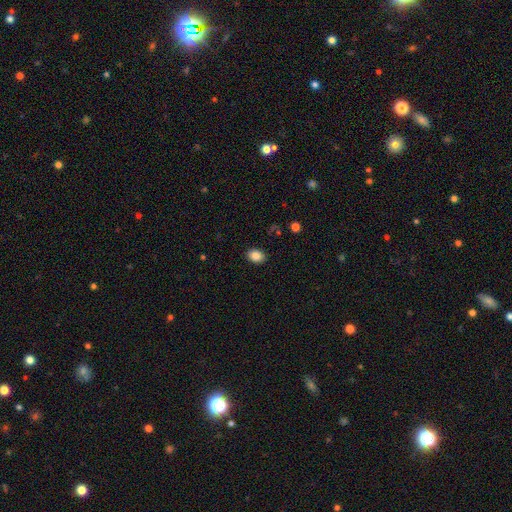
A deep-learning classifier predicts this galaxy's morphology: Q: Smooth or featured?
A: smooth (86%); runner-up: star or artifact (9%)
Q: How rounded?
A: in between (71%); runner-up: round (28%)
Q: Merging?
A: none (90%); runner-up: minor disturbance (7%)